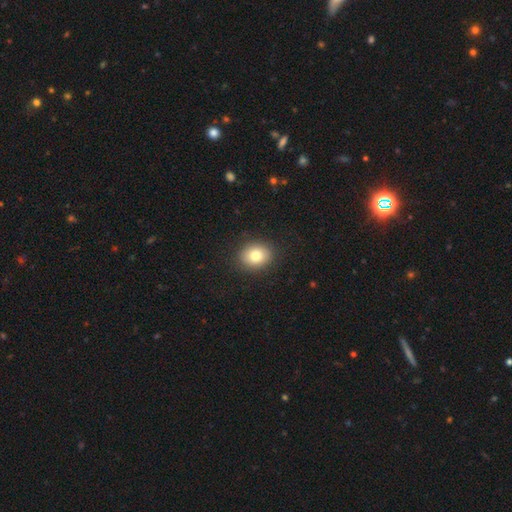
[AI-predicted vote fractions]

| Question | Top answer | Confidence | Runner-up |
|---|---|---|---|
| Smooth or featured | smooth | 80% | featured or disk (10%) |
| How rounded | round | 57% | in between (42%) |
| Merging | none | 89% | minor disturbance (7%) |